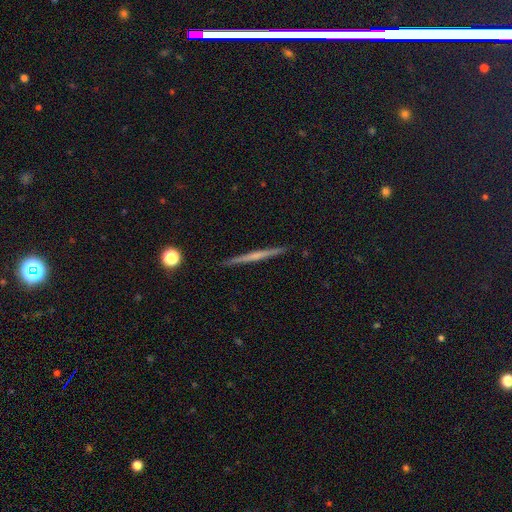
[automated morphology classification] The model was most divided on "smooth or featured": featured or disk: 60%, smooth: 34%, star or artifact: 7%. More confident: edge-on disk — yes (98%); merging — none (92%); edge-on bulge — none (70%).